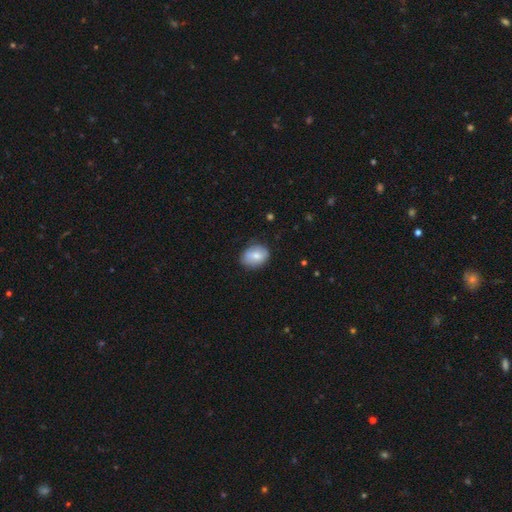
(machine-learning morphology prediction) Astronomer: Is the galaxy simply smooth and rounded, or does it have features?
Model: smooth — 75%.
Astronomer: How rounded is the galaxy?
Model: in between — 62% (runner-up: round, 37%).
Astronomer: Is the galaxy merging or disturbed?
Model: none — 76%.